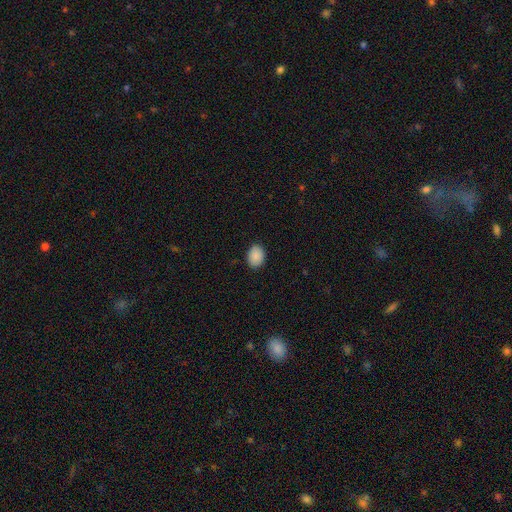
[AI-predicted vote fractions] Smooth or featured?
  - smooth: 90% *
  - star or artifact: 7%
  - featured or disk: 3%
How rounded?
  - in between: 73% *
  - round: 26%
  - cigar-shaped: 1%
Merging?
  - none: 89% *
  - minor disturbance: 9%
  - major disturbance: 2%
  - merger: 1%